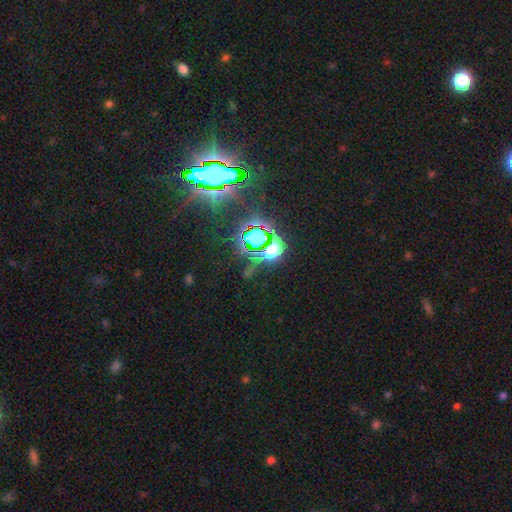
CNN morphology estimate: This appears to be a star or artifact, not a galaxy (82%).